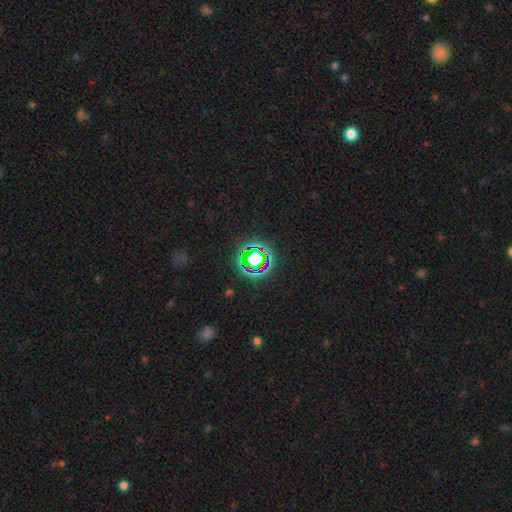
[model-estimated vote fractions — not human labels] The model was most divided on "smooth or featured": star or artifact: 75%, smooth: 16%, featured or disk: 9%.